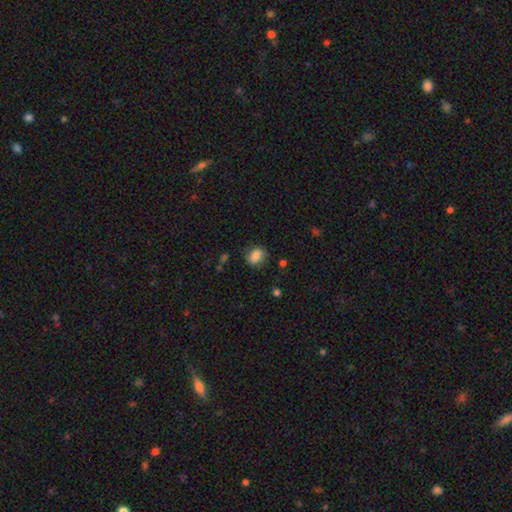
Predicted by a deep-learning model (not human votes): Q: Smooth or featured?
A: smooth (76%); runner-up: featured or disk (15%)
Q: How rounded?
A: in between (59%); runner-up: round (39%)
Q: Merging?
A: none (70%); runner-up: minor disturbance (21%)